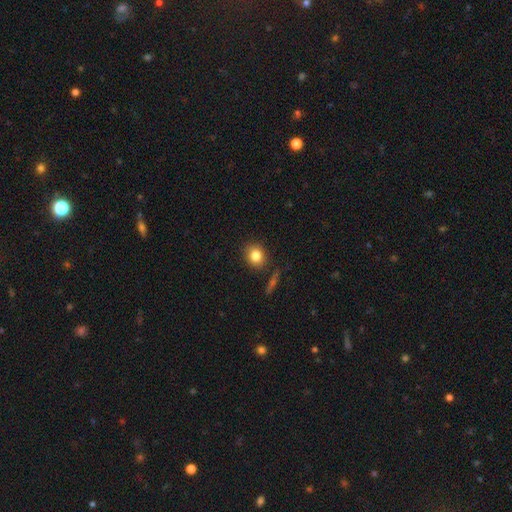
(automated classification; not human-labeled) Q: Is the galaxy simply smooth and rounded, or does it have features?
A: smooth — 83%.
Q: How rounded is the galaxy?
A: round — 70%.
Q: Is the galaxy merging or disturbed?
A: none — 84%.